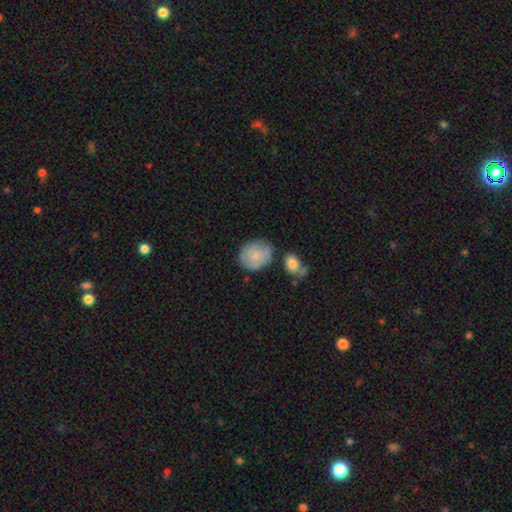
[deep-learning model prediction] smooth-or-featured: smooth: 58% | featured or disk: 35% | star or artifact: 7%
  how-rounded: round: 58% | in between: 41% | cigar-shaped: 1%
  merging: none: 66% | minor disturbance: 21% | merger: 7% | major disturbance: 6%